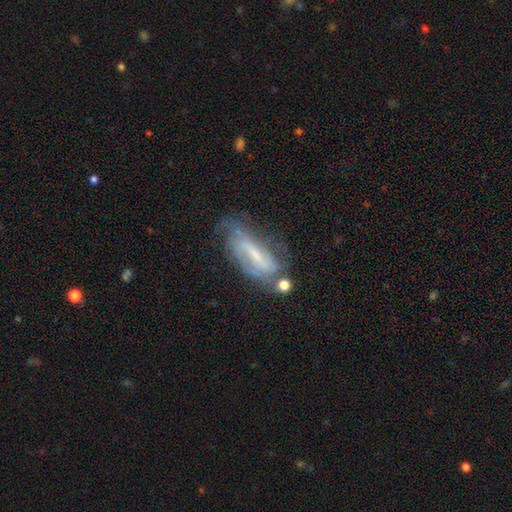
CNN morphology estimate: Smooth or featured? featured or disk (69%)
Edge-on disk? no (84%)
Bar? weak (40%)
Spiral arms? yes (81%)
Bulge size? small (51%)
Merging? none (53%)